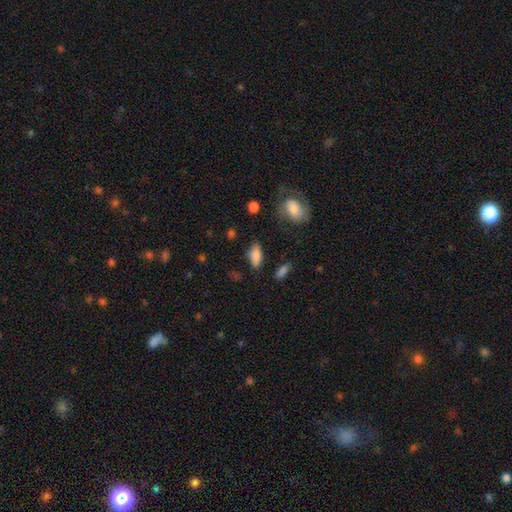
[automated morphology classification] Overall: smooth (81%). How rounded: in between (81%). Merging: none (75%).